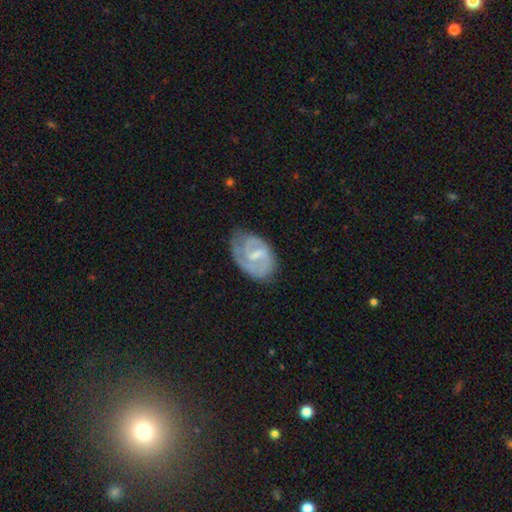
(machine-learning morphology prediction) type=featured or disk (69%); edge-on=no (97%); bar=weak (59%); spiral arms=yes (83%); winding=tight (43%); arm count=2 (52%); bulge=small (41%); merging=none (54%).